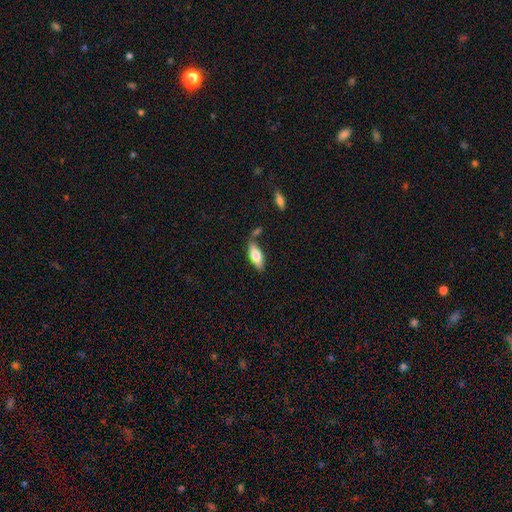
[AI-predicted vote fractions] Smooth or featured?
  - smooth: 67% *
  - featured or disk: 26%
  - star or artifact: 6%
How rounded?
  - in between: 72% *
  - cigar-shaped: 26%
  - round: 2%
Merging?
  - none: 68% *
  - minor disturbance: 18%
  - merger: 10%
  - major disturbance: 5%